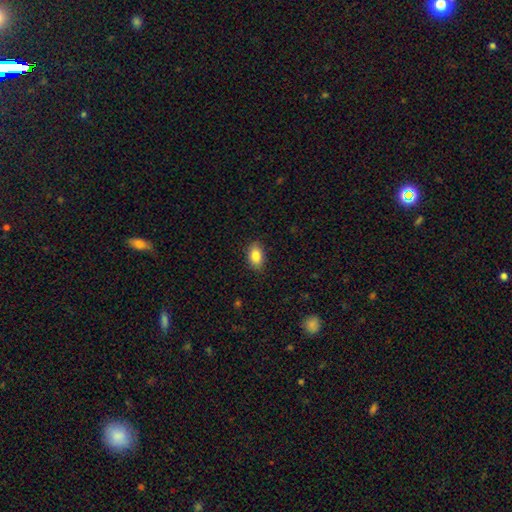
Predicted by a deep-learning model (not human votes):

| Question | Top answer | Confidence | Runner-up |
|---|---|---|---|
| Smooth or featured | smooth | 86% | star or artifact (7%) |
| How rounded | in between | 89% | round (9%) |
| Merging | none | 87% | minor disturbance (10%) |